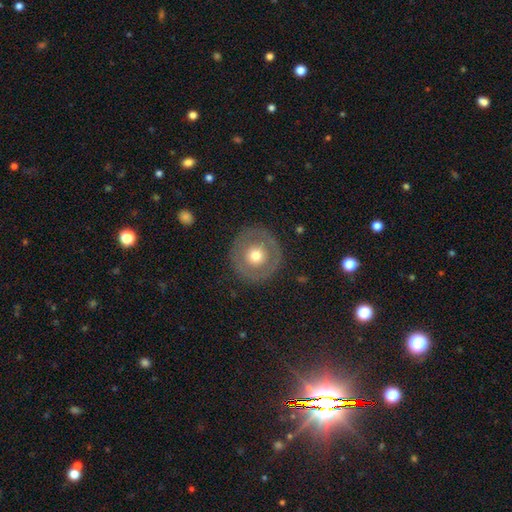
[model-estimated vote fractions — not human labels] Morphology: type=smooth (53%); roundness=round (94%); merging=none (86%).